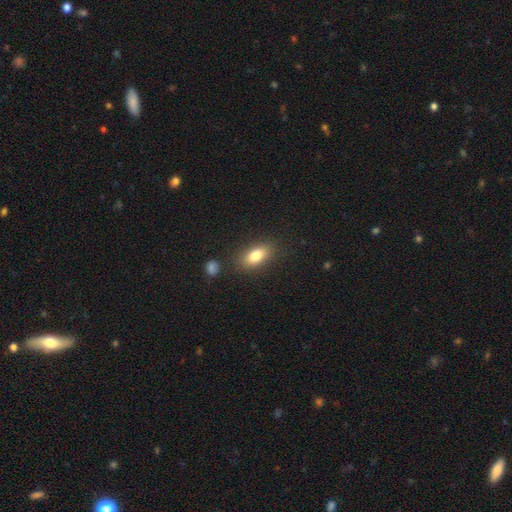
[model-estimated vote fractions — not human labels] The model was most divided on "smooth or featured": smooth: 80%, featured or disk: 12%, star or artifact: 8%. More confident: how rounded — in between (85%); merging — none (83%).